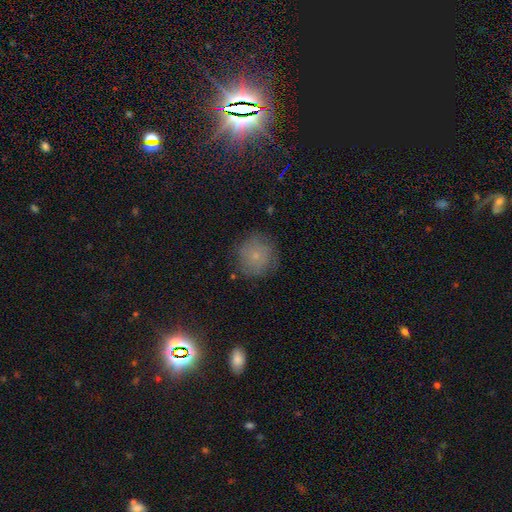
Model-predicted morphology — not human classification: Overall: smooth (67%). How rounded: round (91%). Merging: none (78%).